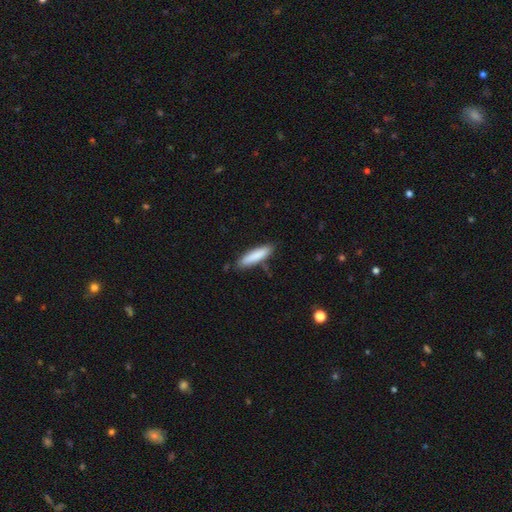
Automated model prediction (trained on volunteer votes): Smooth or featured: smooth — 86% (featured or disk — 9%)
How rounded: cigar-shaped — 74% (in between — 25%)
Merging: none — 82% (minor disturbance — 13%)